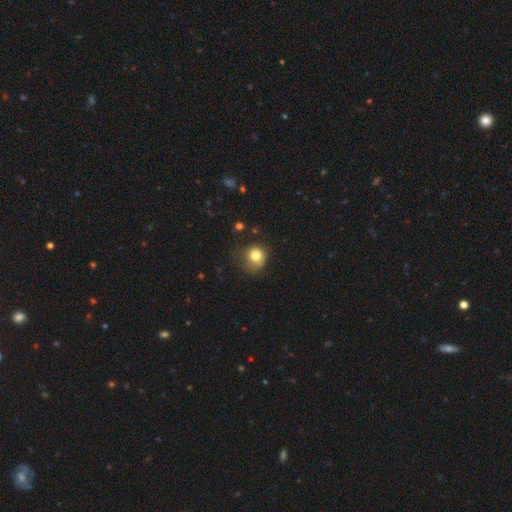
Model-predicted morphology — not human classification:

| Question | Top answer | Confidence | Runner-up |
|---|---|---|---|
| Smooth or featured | smooth | 78% | featured or disk (11%) |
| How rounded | round | 82% | in between (17%) |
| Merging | none | 52% | minor disturbance (30%) |